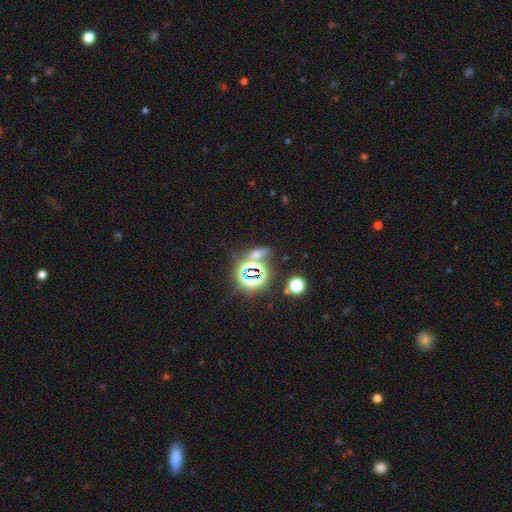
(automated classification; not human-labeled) Smooth or featured? Predicted: star or artifact (p=0.56).